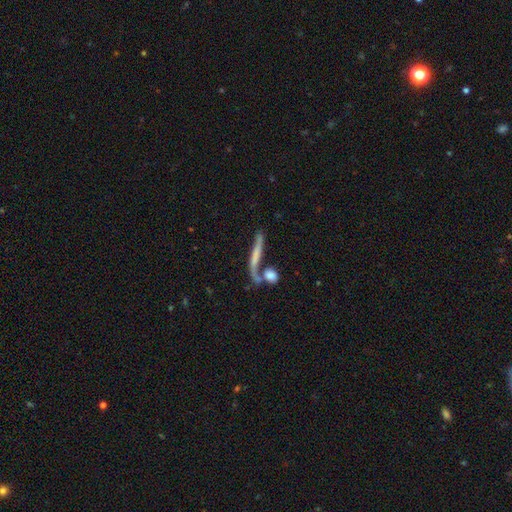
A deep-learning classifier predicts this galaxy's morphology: Smooth or featured?
  - featured or disk: 49% *
  - smooth: 42%
  - star or artifact: 9%
Merging?
  - none: 41% *
  - merger: 33%
  - minor disturbance: 14%
  - major disturbance: 12%